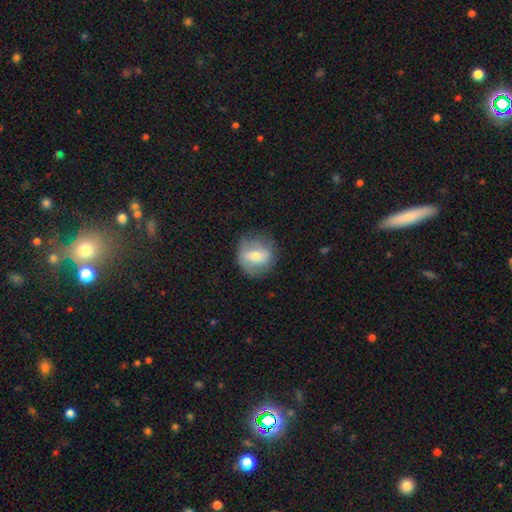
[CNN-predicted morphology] Q: Smooth or featured?
A: smooth (48%); runner-up: featured or disk (44%)
Q: Merging?
A: none (79%); runner-up: minor disturbance (14%)